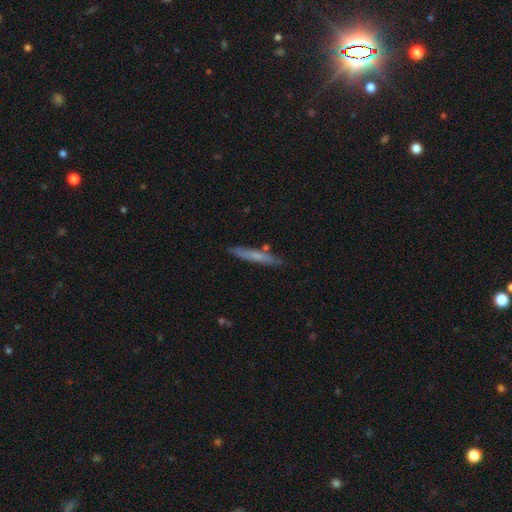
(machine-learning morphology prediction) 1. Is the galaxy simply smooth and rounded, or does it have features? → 58% smooth, 36% featured or disk, 6% star or artifact.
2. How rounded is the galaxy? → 94% cigar-shaped, 4% in between, 1% round.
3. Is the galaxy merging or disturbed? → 83% none, 12% minor disturbance, 3% merger, 2% major disturbance.